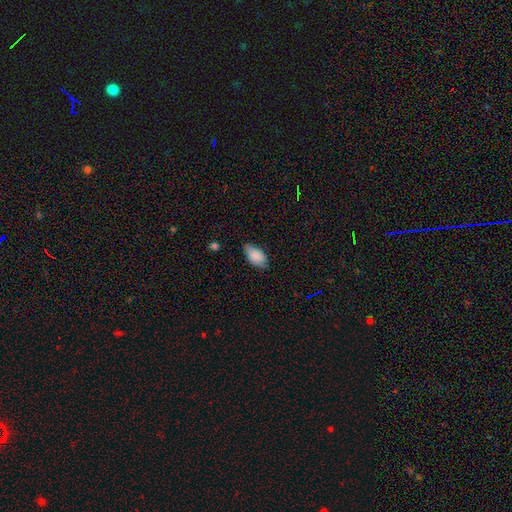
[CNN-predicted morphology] smooth-or-featured: smooth: 86% | featured or disk: 8% | star or artifact: 7%
  how-rounded: in between: 94% | round: 3% | cigar-shaped: 3%
  merging: none: 72% | minor disturbance: 23% | major disturbance: 4% | merger: 1%